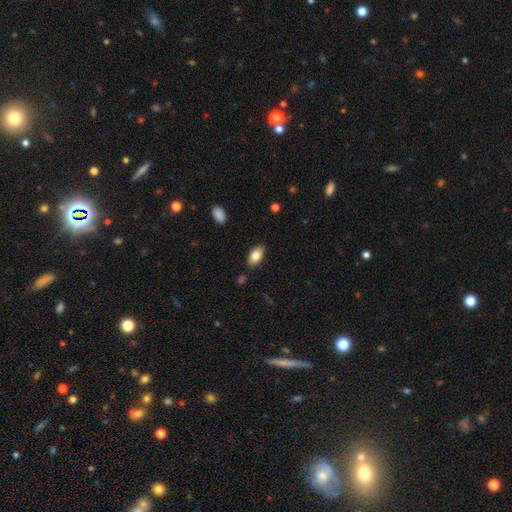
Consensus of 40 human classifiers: Q: Smooth or featured?
A: smooth (90%); runner-up: featured or disk (5%)
Q: How rounded?
A: in between (92%); runner-up: cigar-shaped (6%)
Q: Merging?
A: none (84%); runner-up: minor disturbance (8%)